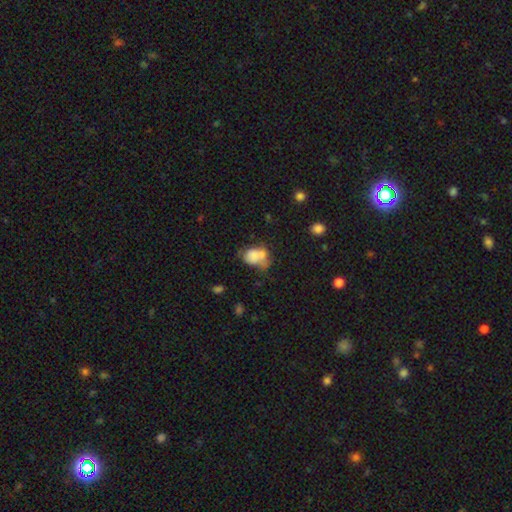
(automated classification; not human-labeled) Smooth or featured? smooth (71%)
How rounded? in between (64%)
Merging? merger (44%)